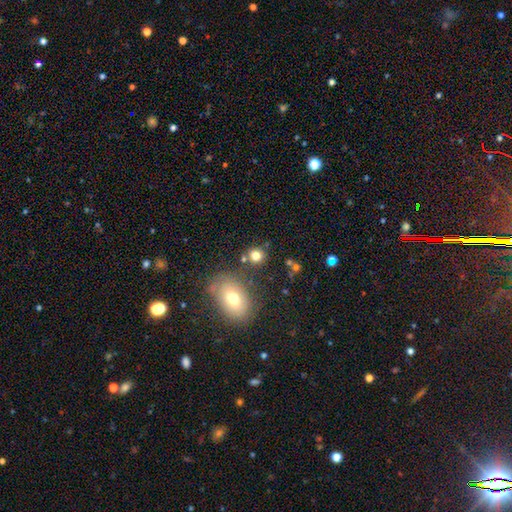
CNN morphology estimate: smooth_or_featured: smooth (p=0.78) [alt: star or artifact p=0.13]
how_rounded: round (p=0.83) [alt: in between p=0.16]
merging: none (p=0.76) [alt: merger p=0.11]